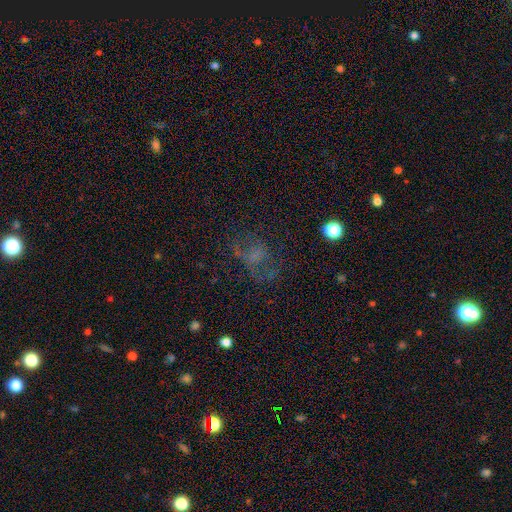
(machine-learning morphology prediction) Smooth or featured? Predicted: featured or disk (p=0.38). Merging? Predicted: none (p=0.48).